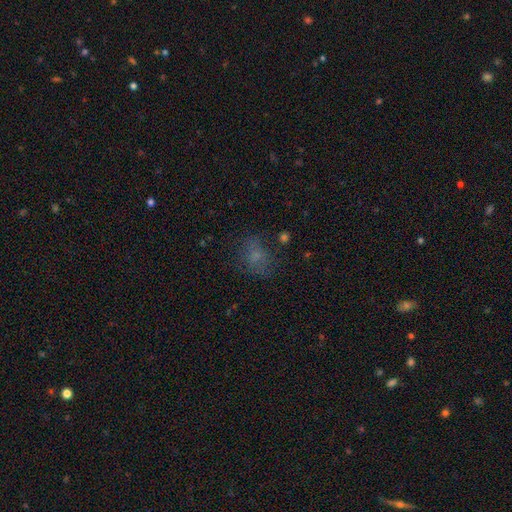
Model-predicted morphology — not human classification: smooth_or_featured: smooth (p=0.60) [alt: star or artifact p=0.21]
how_rounded: in between (p=0.55) [alt: round p=0.43]
merging: none (p=0.61) [alt: minor disturbance p=0.20]